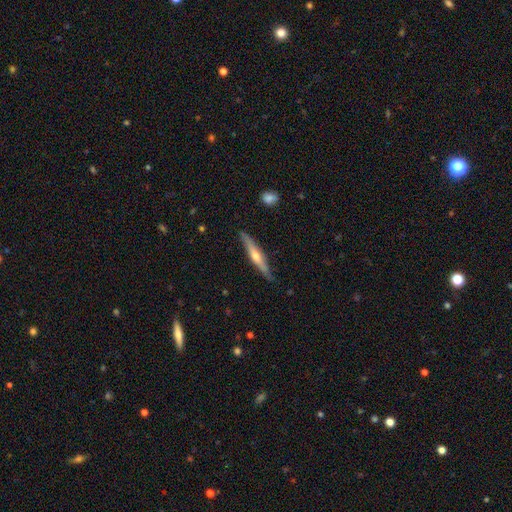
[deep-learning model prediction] Smooth or featured?
  - featured or disk: 61% *
  - smooth: 33%
  - star or artifact: 6%
Edge-on disk?
  - yes: 95% *
  - no: 5%
Edge-on bulge?
  - rounded: 83% *
  - none: 12%
  - boxy: 5%
Merging?
  - none: 86% *
  - minor disturbance: 11%
  - major disturbance: 2%
  - merger: 1%